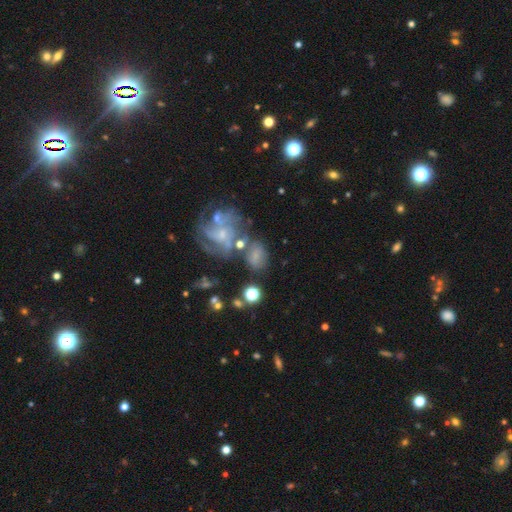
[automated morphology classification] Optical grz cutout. It shows a smooth galaxy with no disk features (50%) that is in between round and cigar-shaped (66%). Merging: none (51%).